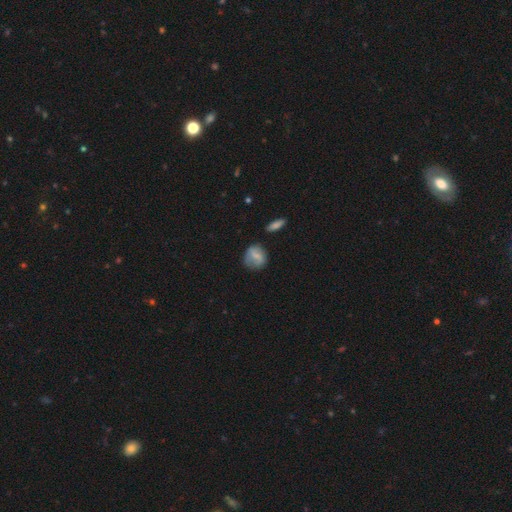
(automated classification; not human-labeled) Smooth or featured? Predicted: smooth (p=0.67). How rounded? Predicted: round (p=0.62). Merging? Predicted: none (p=0.64).